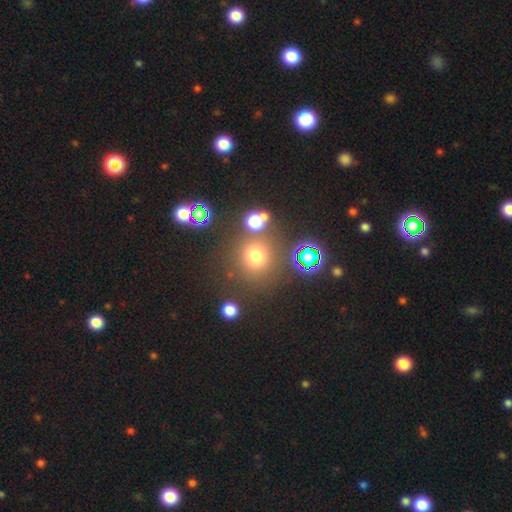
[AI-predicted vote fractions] smooth_or_featured: smooth (p=0.68) [alt: star or artifact p=0.24]
how_rounded: round (p=0.89) [alt: in between p=0.09]
merging: none (p=0.74) [alt: merger p=0.13]